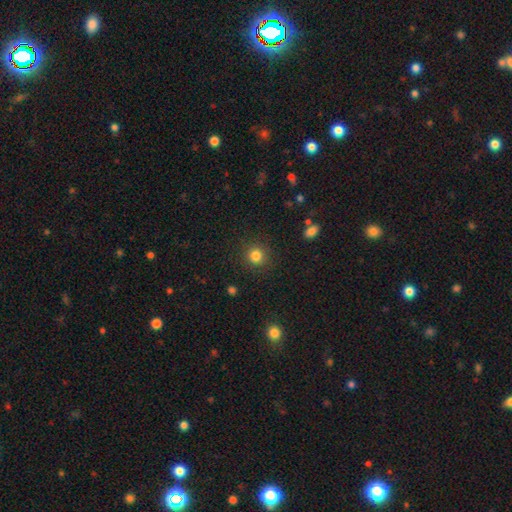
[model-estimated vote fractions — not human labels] A smooth galaxy with no disk features (83%) that is round (90%).

Vote fractions:
- Smooth or featured? smooth: 83% / star or artifact: 12% / featured or disk: 5%
- How rounded? round: 90% / in between: 9% / cigar-shaped: 1%
- Merging? none: 89% / minor disturbance: 7% / major disturbance: 3% / merger: 1%